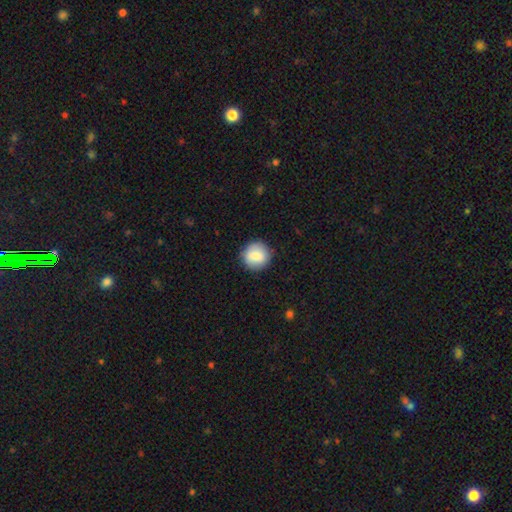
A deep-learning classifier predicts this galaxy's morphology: Smooth or featured: smooth — 82% (featured or disk — 11%)
How rounded: round — 92% (in between — 7%)
Merging: none — 88% (minor disturbance — 8%)